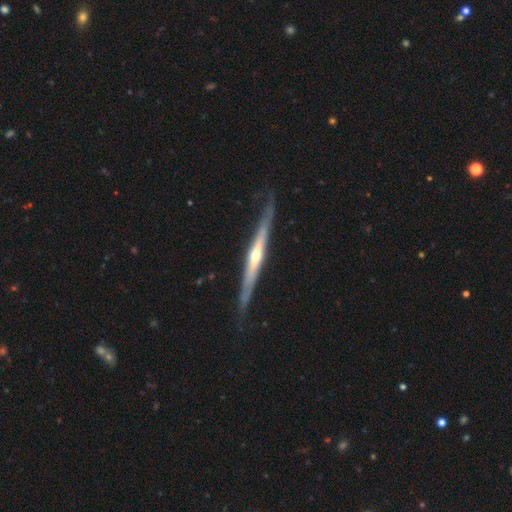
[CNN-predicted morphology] The model was most divided on "edge-on bulge": rounded: 73%, none: 22%, boxy: 5%. More confident: edge-on disk — yes (95%); merging — none (79%); smooth or featured — featured or disk (75%).